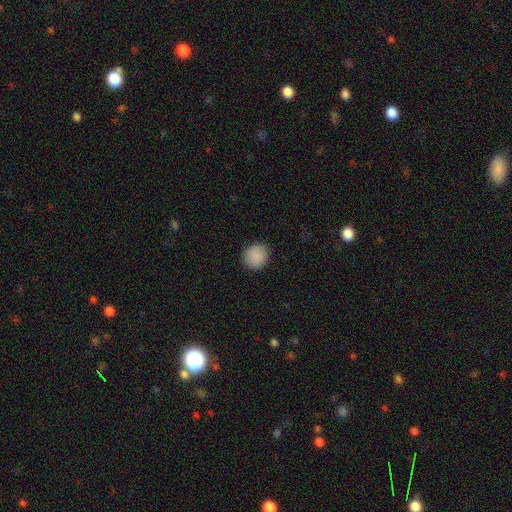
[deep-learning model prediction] A smooth galaxy with no disk features (89%) that is round (85%). Merging: none (89%).